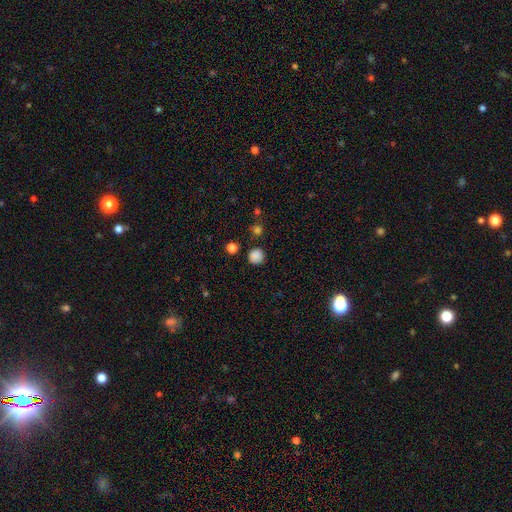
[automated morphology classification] This is clearly a smooth galaxy (84%). How rounded: clearly round (93%). Merging: clearly none (85%).